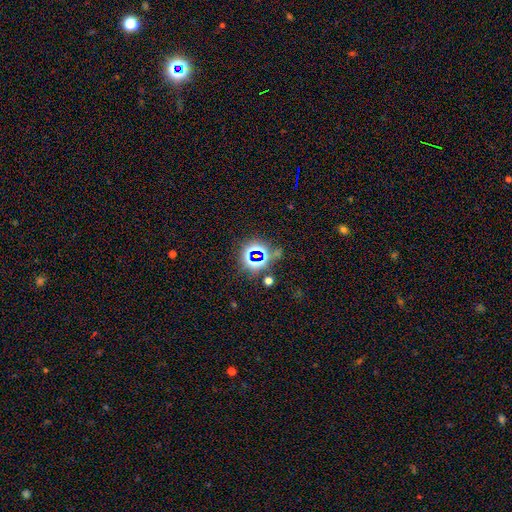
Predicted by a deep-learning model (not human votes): Q: Smooth or featured?
A: star or artifact (72%); runner-up: smooth (19%)